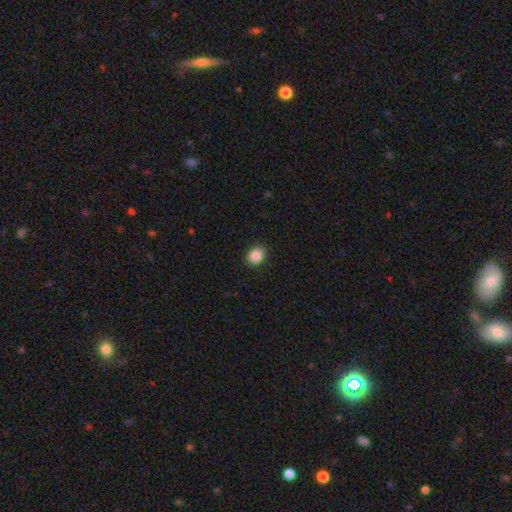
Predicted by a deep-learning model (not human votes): This is clearly a smooth galaxy (88%). How rounded: possibly round (55%). Merging: clearly none (90%).